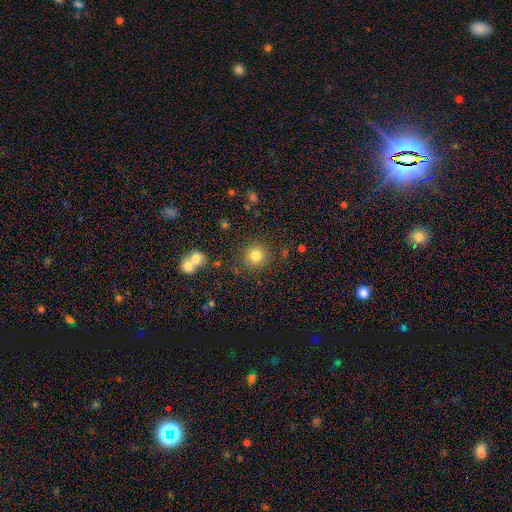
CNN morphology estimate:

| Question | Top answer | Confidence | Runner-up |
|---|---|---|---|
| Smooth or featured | smooth | 80% | star or artifact (13%) |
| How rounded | round | 92% | in between (7%) |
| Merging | none | 85% | minor disturbance (8%) |